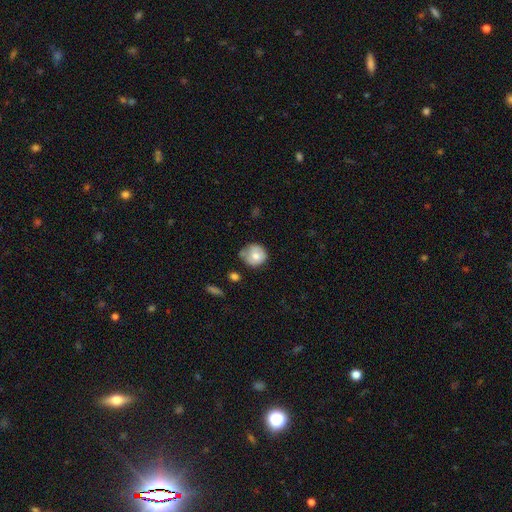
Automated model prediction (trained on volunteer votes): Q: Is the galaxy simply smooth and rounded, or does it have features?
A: smooth — 70%.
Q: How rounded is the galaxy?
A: round — 85%.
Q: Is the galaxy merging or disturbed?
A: none — 53%.